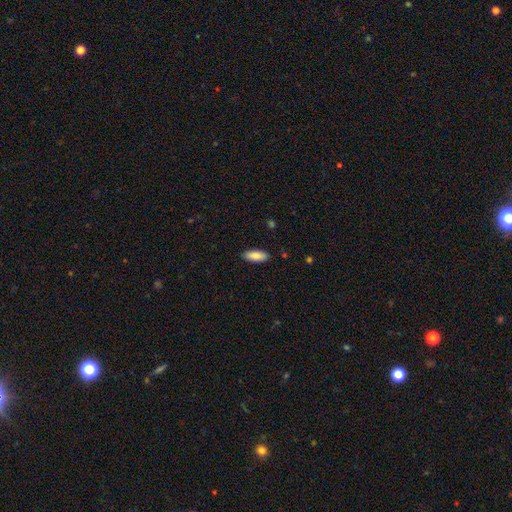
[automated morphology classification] Smooth or featured: smooth — 86% (featured or disk — 8%)
How rounded: in between — 78% (cigar-shaped — 20%)
Merging: none — 89% (minor disturbance — 8%)